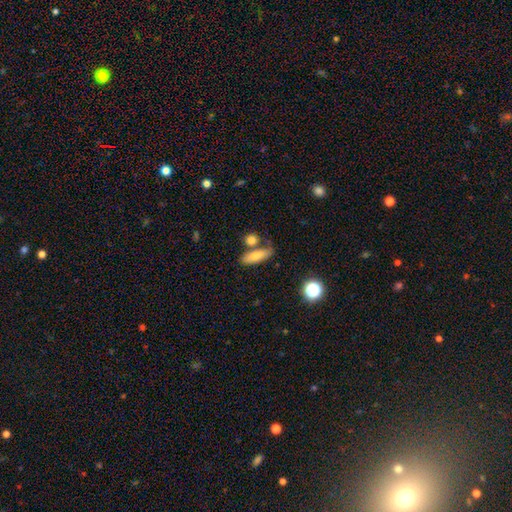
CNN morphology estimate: smooth 77%, featured or disk 14%, star or artifact 8%. Down the decision tree: how rounded — in between (60%); merging — none (60%).